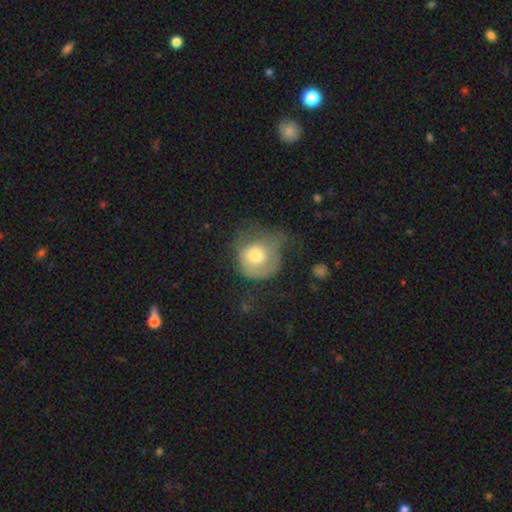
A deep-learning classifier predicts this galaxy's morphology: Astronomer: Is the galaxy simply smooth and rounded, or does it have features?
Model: smooth — 65%.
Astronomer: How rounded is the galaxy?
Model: round — 80%.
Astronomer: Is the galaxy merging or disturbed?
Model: major disturbance — 40% (runner-up: minor disturbance, 30%).